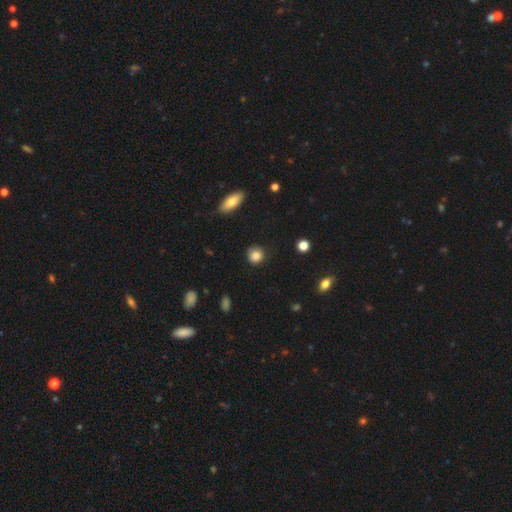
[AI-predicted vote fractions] Overall: smooth (85%). How rounded: round (88%). Merging: none (86%).